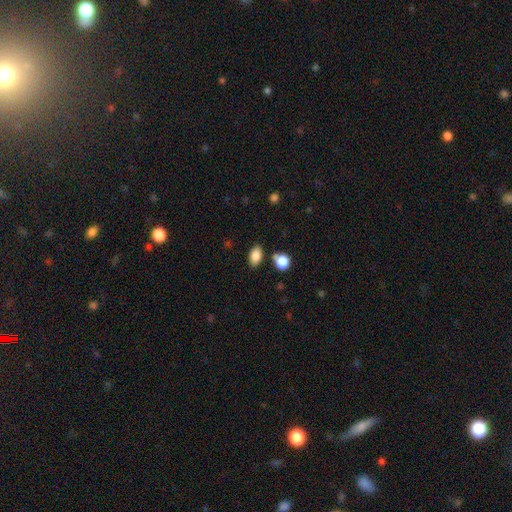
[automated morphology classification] A smooth galaxy with no disk features (86%) that is in between round and cigar-shaped (88%). Merging: none (78%).